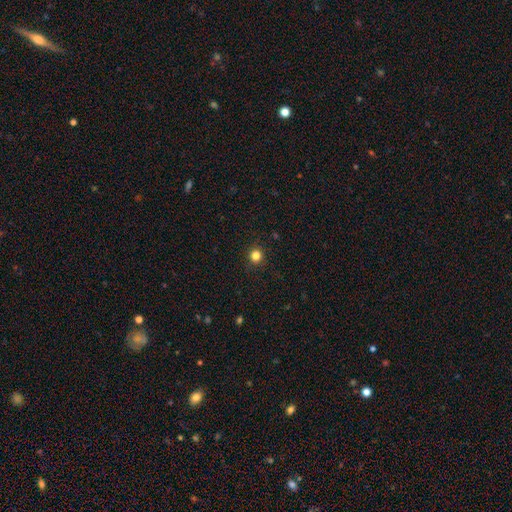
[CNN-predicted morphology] The model was most divided on "smooth or featured": smooth: 82%, star or artifact: 13%, featured or disk: 4%. More confident: how rounded — round (93%); merging — none (91%).